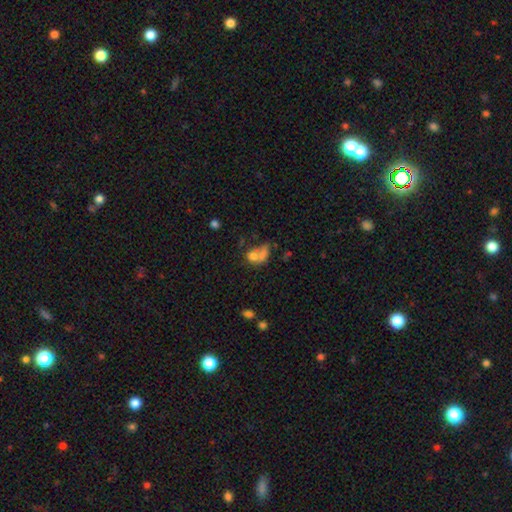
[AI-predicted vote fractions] Smooth or featured? smooth (67%)
How rounded? in between (53%)
Merging? merger (57%)